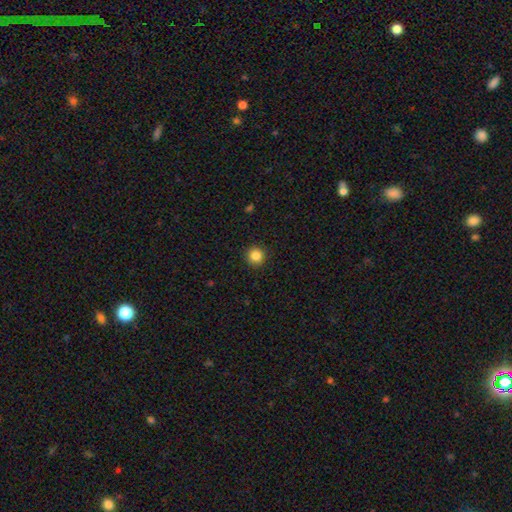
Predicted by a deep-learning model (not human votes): Q: Smooth or featured?
A: smooth (86%); runner-up: star or artifact (10%)
Q: How rounded?
A: round (95%); runner-up: in between (4%)
Q: Merging?
A: none (92%); runner-up: minor disturbance (5%)